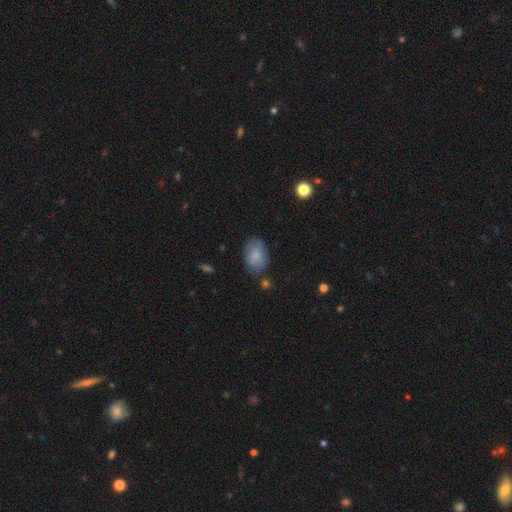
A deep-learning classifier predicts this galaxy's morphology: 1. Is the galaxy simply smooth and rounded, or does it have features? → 81% smooth, 12% featured or disk, 7% star or artifact.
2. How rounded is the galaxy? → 86% in between, 12% round, 1% cigar-shaped.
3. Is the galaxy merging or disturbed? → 72% none, 20% minor disturbance, 5% major disturbance, 3% merger.